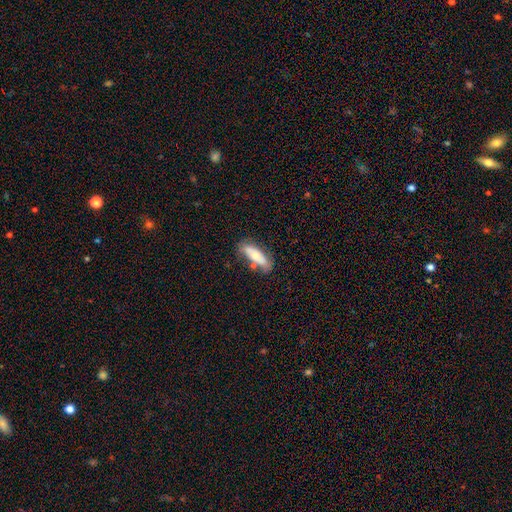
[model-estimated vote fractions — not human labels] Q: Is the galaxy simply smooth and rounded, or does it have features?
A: smooth — 68%.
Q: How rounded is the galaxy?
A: in between — 55%.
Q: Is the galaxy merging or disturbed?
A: none — 64%.